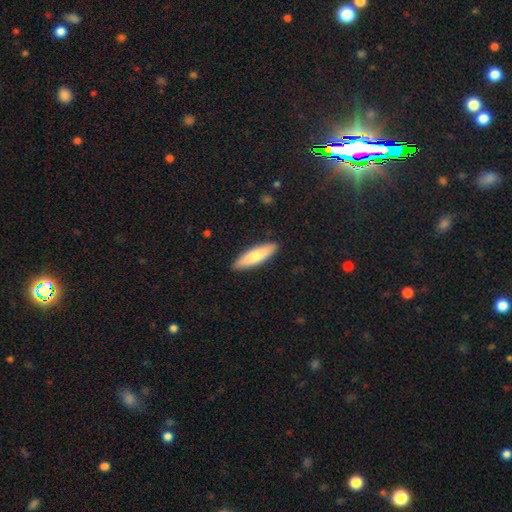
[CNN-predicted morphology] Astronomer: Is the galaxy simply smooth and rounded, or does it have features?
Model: smooth — 80%.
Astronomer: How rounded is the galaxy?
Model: cigar-shaped — 65%.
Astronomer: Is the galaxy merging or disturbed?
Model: none — 90%.